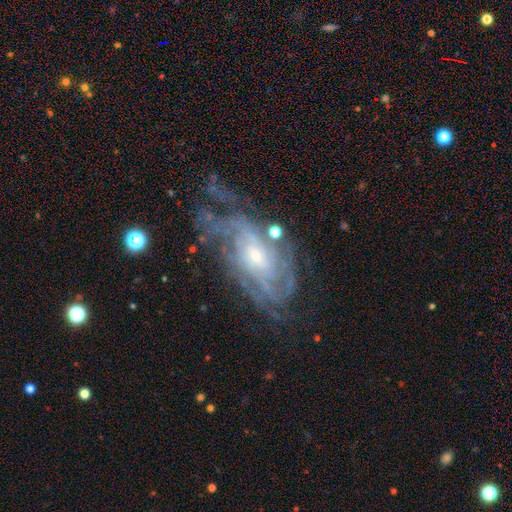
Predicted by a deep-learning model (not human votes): A featured or disk galaxy (87%) with no bar (60%), tight (61%) spiral arms (96%) and a small central bulge (67%).

Vote fractions:
- Smooth or featured? featured or disk: 87% / smooth: 7% / star or artifact: 6%
- Edge-on disk? no: 95% / yes: 5%
- Bar? no: 60% / weak: 31% / strong: 9%
- Spiral arms? yes: 96% / no: 4%
- Spiral winding? tight: 61% / medium: 31% / loose: 8%
- Spiral arm count? can't tell: 35% / 4: 18% / 3: 16% / 2: 15% / more than 4: 10% / 1: 6%
- Bulge size? small: 67% / moderate: 26% / none: 3% / large: 3% / dominant: 1%
- Merging? none: 59% / minor disturbance: 22% / major disturbance: 15% / merger: 3%